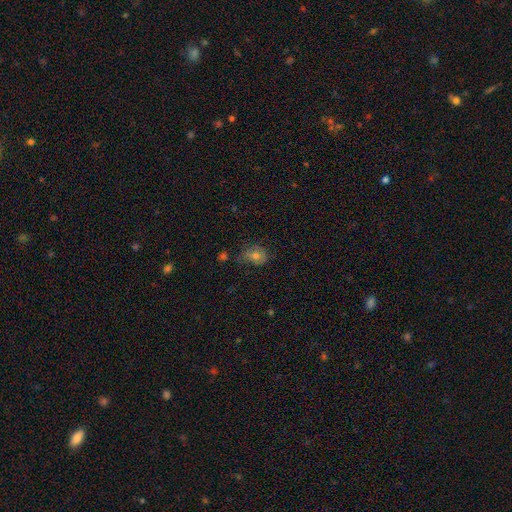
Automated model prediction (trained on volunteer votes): Smooth or featured? smooth (57%)
How rounded? round (51%)
Merging? none (61%)